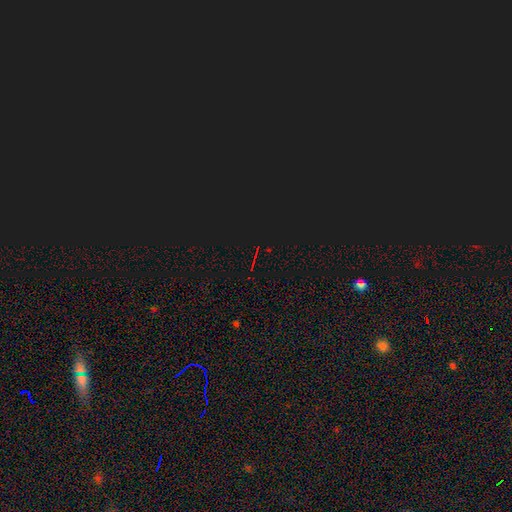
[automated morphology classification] Smooth or featured? star or artifact (81%)